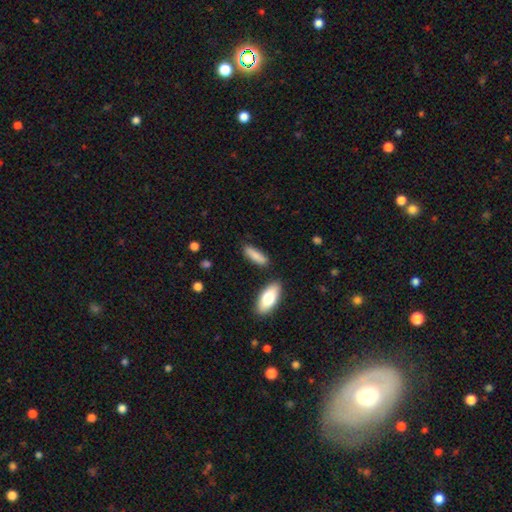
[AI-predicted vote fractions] smooth_or_featured: smooth (p=0.83) [alt: featured or disk p=0.11]
how_rounded: cigar-shaped (p=0.53) [alt: in between p=0.45]
merging: none (p=0.82) [alt: minor disturbance p=0.11]